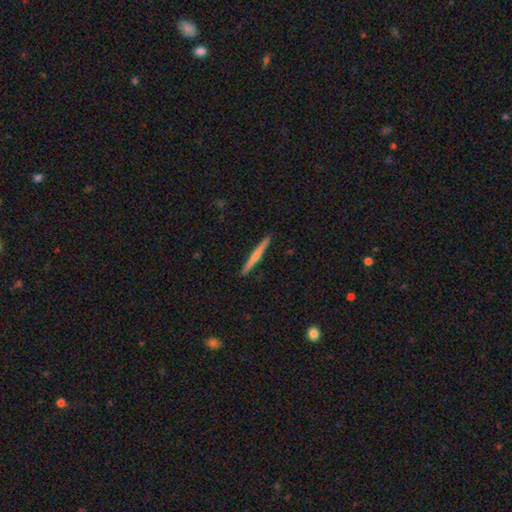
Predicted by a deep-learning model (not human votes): The model was most divided on "smooth or featured": featured or disk: 50%, smooth: 44%, star or artifact: 6%. More confident: edge-on disk — yes (98%); merging — none (92%).